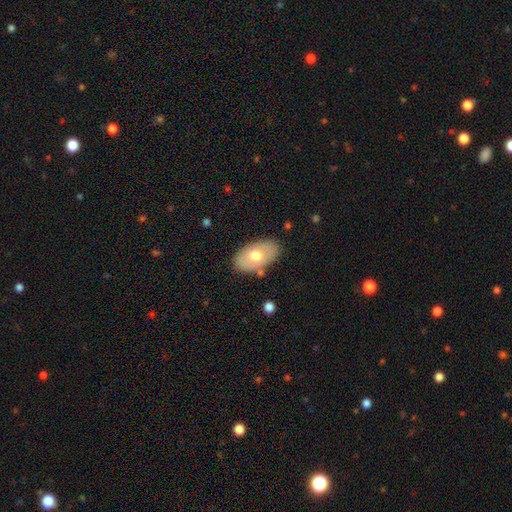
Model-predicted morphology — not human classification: Smooth or featured?
  - smooth: 60% *
  - featured or disk: 34%
  - star or artifact: 6%
How rounded?
  - in between: 91% *
  - round: 7%
  - cigar-shaped: 1%
Merging?
  - none: 81% *
  - minor disturbance: 13%
  - major disturbance: 3%
  - merger: 3%